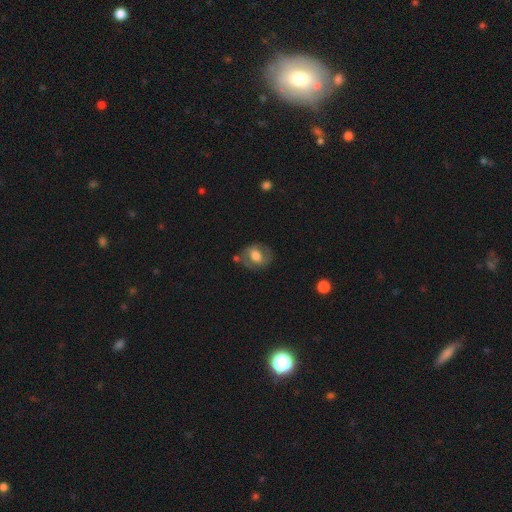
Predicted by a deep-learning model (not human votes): smooth-or-featured: smooth: 53% | featured or disk: 39% | star or artifact: 7%
  how-rounded: in between: 50% | round: 49% | cigar-shaped: 1%
  merging: none: 65% | minor disturbance: 21% | major disturbance: 9% | merger: 5%